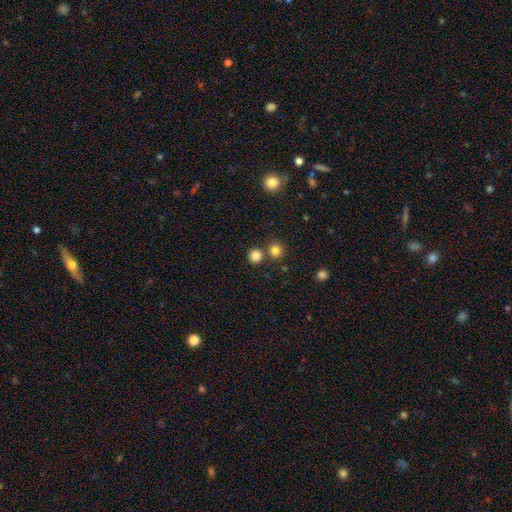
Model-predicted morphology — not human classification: Smooth or featured? smooth (83%)
How rounded? round (93%)
Merging? none (76%)